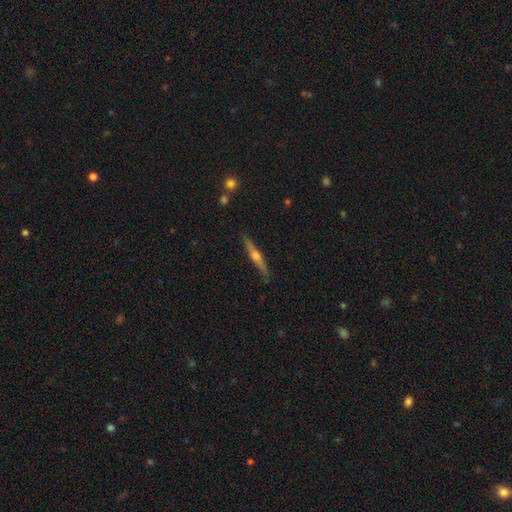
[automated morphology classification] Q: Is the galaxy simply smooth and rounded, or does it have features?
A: featured or disk — 70%.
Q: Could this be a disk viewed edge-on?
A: yes — 98%.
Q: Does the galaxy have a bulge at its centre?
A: rounded — 90%.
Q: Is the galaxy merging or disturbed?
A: none — 89%.